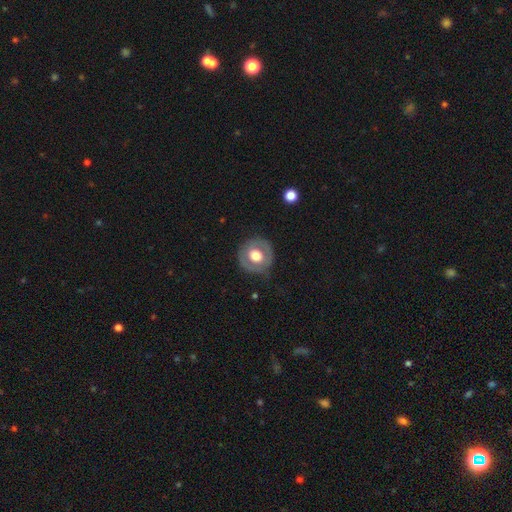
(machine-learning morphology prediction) Smooth or featured? smooth (51%)
How rounded? round (88%)
Merging? none (80%)